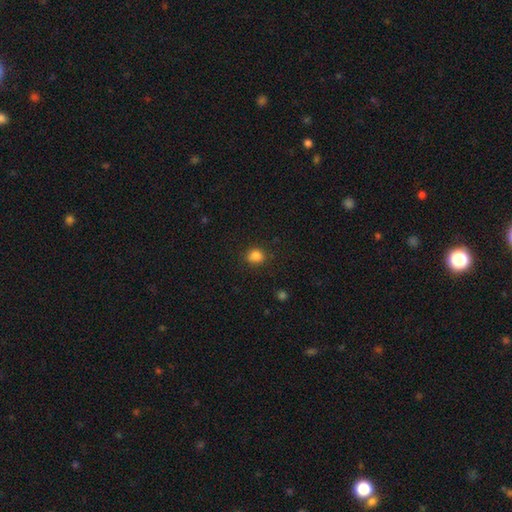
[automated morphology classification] smooth 84%, star or artifact 12%, featured or disk 4%. Down the decision tree: how rounded — round (68%); merging — none (79%).